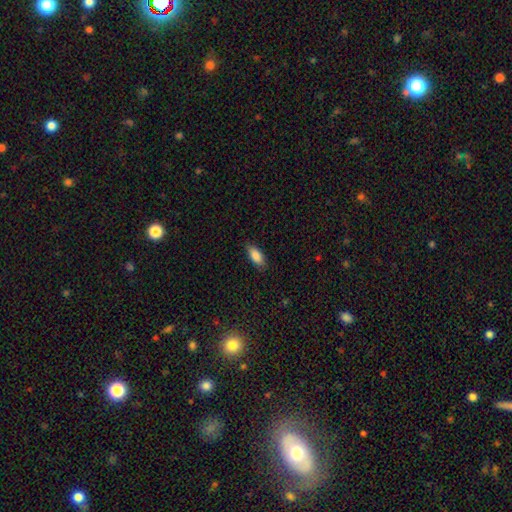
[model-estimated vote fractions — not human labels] This is clearly a smooth galaxy (86%). How rounded: clearly in between (83%). Merging: clearly none (83%).